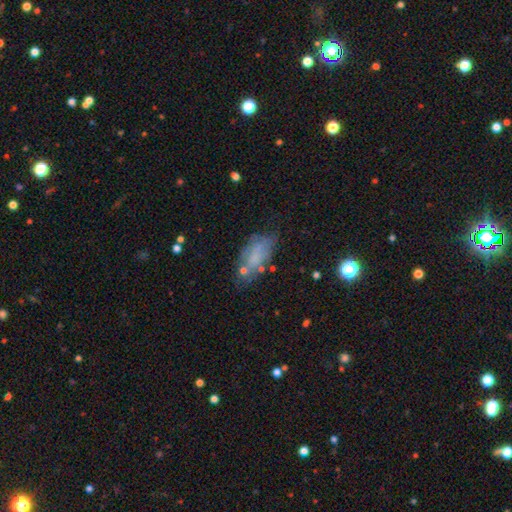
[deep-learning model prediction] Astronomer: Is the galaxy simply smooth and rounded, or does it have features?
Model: smooth — 57%.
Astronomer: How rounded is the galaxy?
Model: in between — 83%.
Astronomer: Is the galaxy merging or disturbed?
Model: none — 53%.